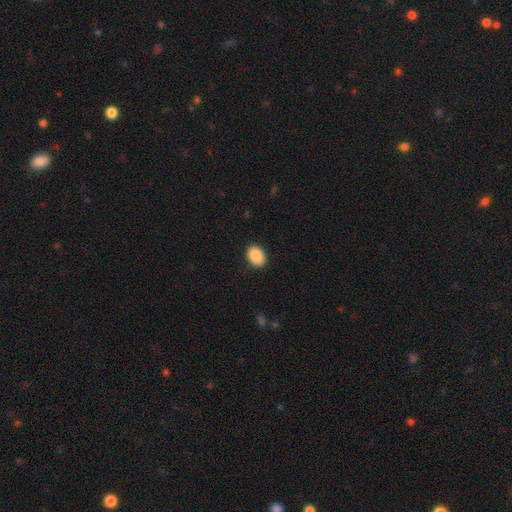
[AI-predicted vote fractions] This appears to be a smooth galaxy with no disk features (89%) that is in between round and cigar-shaped (77%). Merging: none (89%).